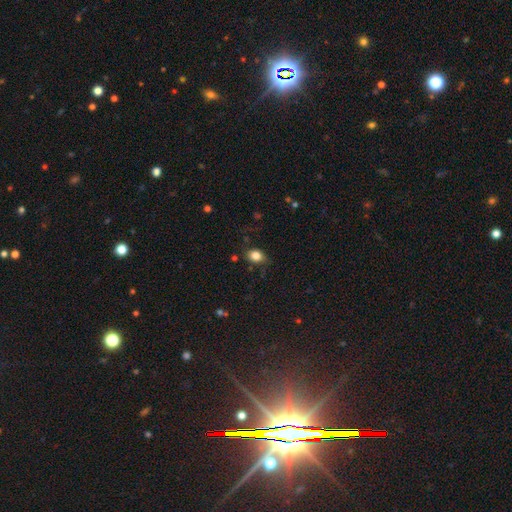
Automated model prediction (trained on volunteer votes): This is clearly a smooth galaxy (83%). How rounded: possibly in between (59%). Merging: likely none (74%).